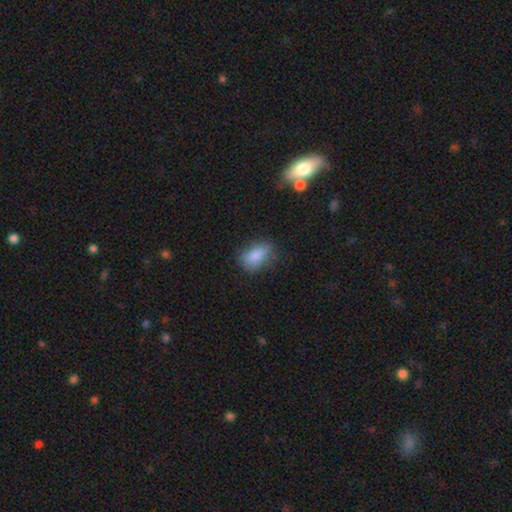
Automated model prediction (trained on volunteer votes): This is clearly a smooth galaxy (82%). How rounded: clearly in between (85%). Merging: likely none (63%).